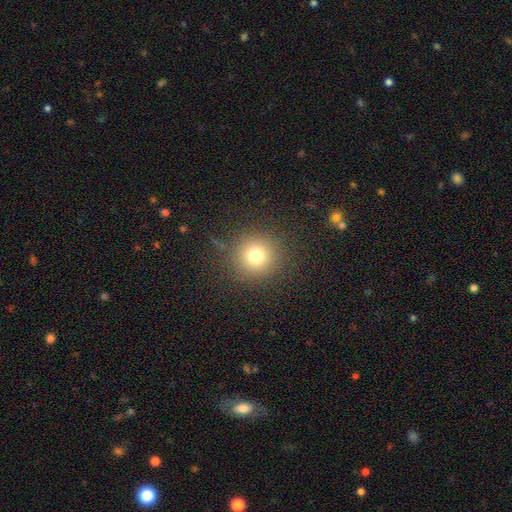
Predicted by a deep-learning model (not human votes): The model was most divided on "smooth or featured": smooth: 74%, star or artifact: 16%, featured or disk: 10%. More confident: how rounded — round (95%); merging — none (88%).